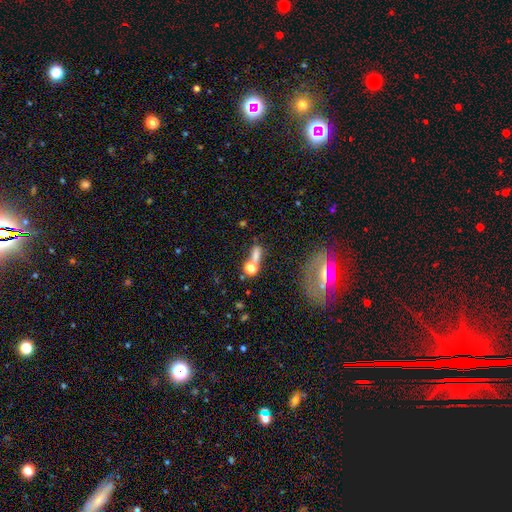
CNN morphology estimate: A smooth galaxy with no disk features (66%) that is in between round and cigar-shaped (47%). Merging: none (40%).